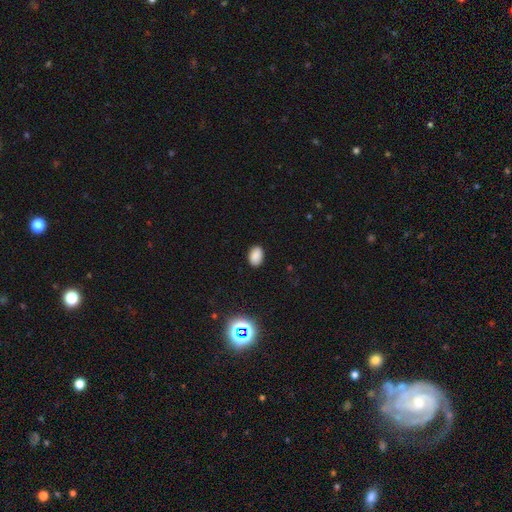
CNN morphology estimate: This appears to be a smooth galaxy with no disk features (85%) that is in between round and cigar-shaped (87%). Merging: none (88%).